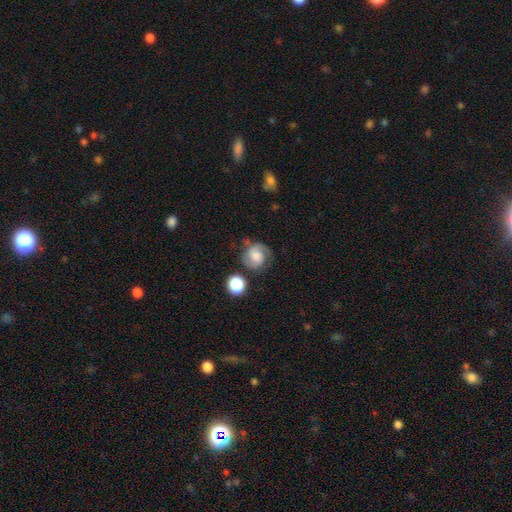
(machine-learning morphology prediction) smooth_or_featured: featured or disk (p=0.64) [alt: smooth p=0.28]
disk_edge_on: no (p=0.98) [alt: yes p=0.02]
bar: no (p=0.59) [alt: weak p=0.34]
has_spiral_arms: yes (p=0.93) [alt: no p=0.07]
spiral_winding: medium (p=0.45) [alt: tight p=0.39]
spiral_arm_count: 2 (p=0.82) [alt: 1 p=0.08]
bulge_size: moderate (p=0.34) [alt: small p=0.23]
merging: none (p=0.66) [alt: minor disturbance p=0.19]